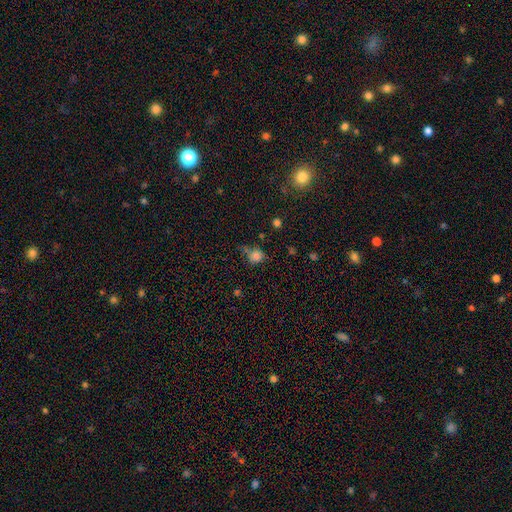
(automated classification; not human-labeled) This is likely a smooth galaxy (77%). How rounded: clearly round (81%). Merging: likely none (60%).